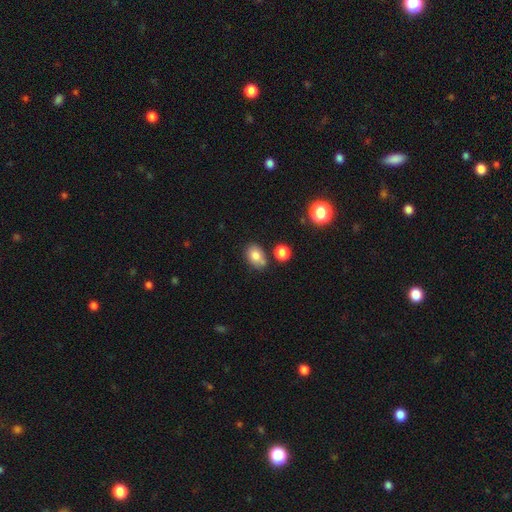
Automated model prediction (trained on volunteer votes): Overall: smooth (80%). How rounded: in between (77%). Merging: none (64%).